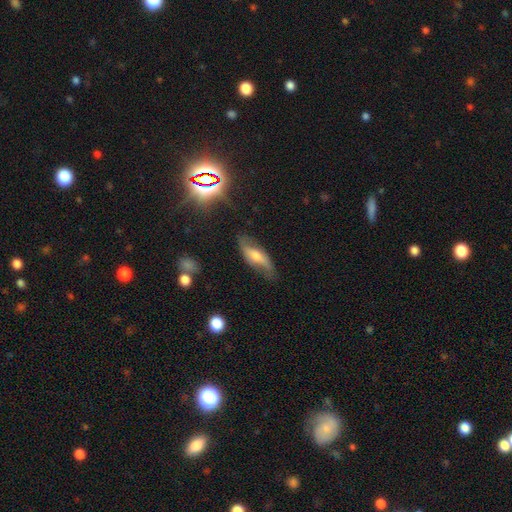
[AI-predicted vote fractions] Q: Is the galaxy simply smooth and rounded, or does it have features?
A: featured or disk — 58%.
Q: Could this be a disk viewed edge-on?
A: no — 74%.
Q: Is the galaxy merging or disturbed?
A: none — 70%.